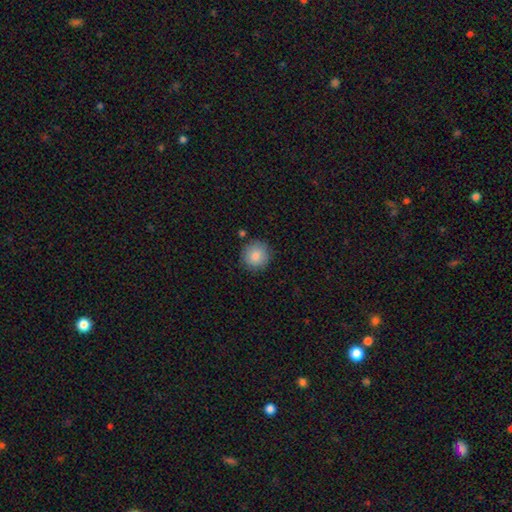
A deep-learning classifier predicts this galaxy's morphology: Smooth or featured: smooth — 87% (star or artifact — 7%)
How rounded: round — 93% (in between — 6%)
Merging: none — 86% (minor disturbance — 10%)